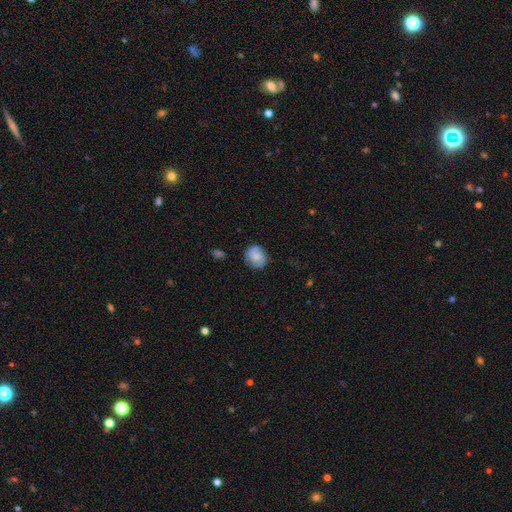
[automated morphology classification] This appears to be a smooth galaxy with no disk features (66%) that is round (75%). Merging: none (74%).